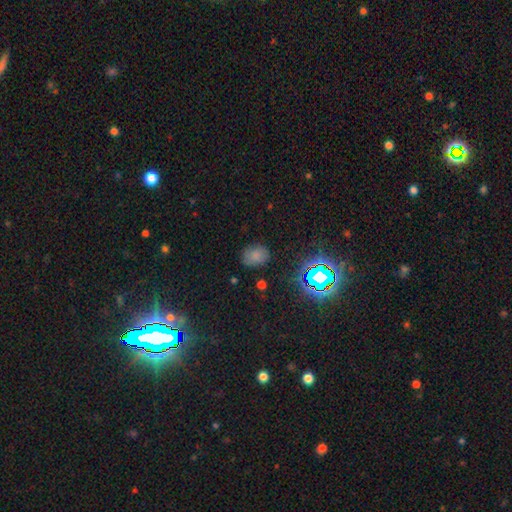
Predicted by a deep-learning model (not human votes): smooth_or_featured: smooth (p=0.69) [alt: star or artifact p=0.22]
how_rounded: in between (p=0.59) [alt: round p=0.40]
merging: none (p=0.74) [alt: minor disturbance p=0.18]